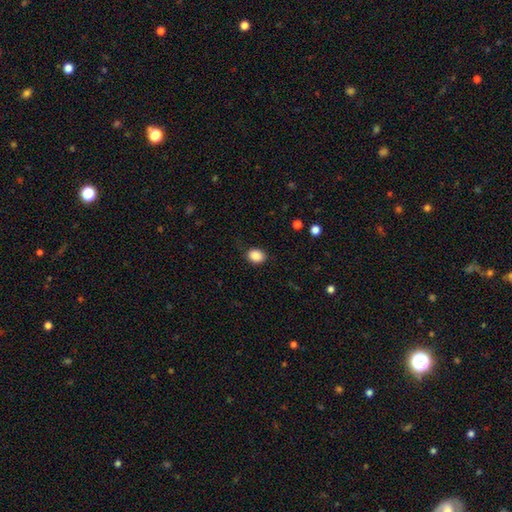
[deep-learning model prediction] Q: Smooth or featured?
A: smooth (88%); runner-up: star or artifact (9%)
Q: How rounded?
A: in between (57%); runner-up: round (42%)
Q: Merging?
A: none (83%); runner-up: minor disturbance (12%)